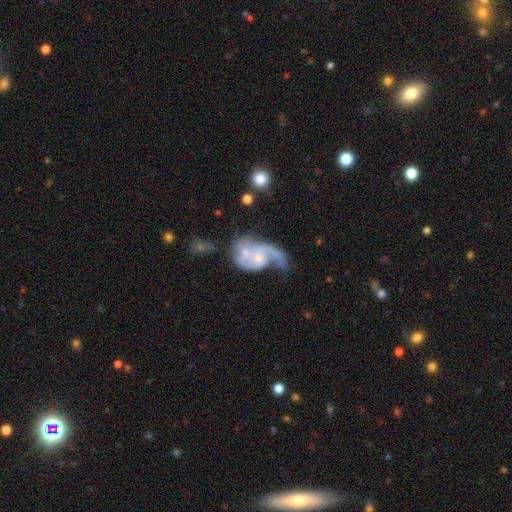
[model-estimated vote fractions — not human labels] Q: Smooth or featured?
A: featured or disk (74%); runner-up: smooth (19%)
Q: Edge-on disk?
A: no (97%); runner-up: yes (3%)
Q: Bar?
A: no (69%); runner-up: weak (26%)
Q: Spiral arms?
A: yes (83%); runner-up: no (17%)
Q: Spiral winding?
A: loose (52%); runner-up: medium (35%)
Q: Spiral arm count?
A: 1 (45%); runner-up: 2 (42%)
Q: Bulge size?
A: small (49%); runner-up: moderate (32%)
Q: Merging?
A: merger (42%); runner-up: major disturbance (27%)